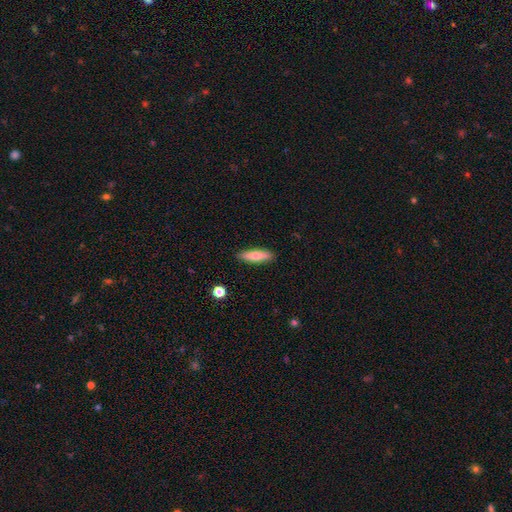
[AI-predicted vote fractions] Smooth or featured?
  - smooth: 70% *
  - featured or disk: 24%
  - star or artifact: 7%
How rounded?
  - cigar-shaped: 66% *
  - in between: 32%
  - round: 2%
Merging?
  - none: 88% *
  - minor disturbance: 9%
  - major disturbance: 2%
  - merger: 1%